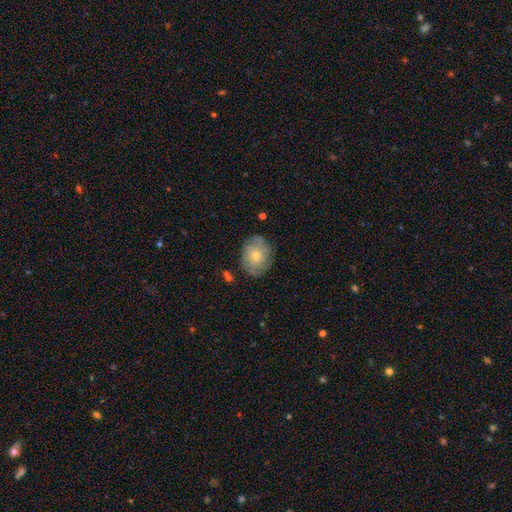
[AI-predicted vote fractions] smooth_or_featured: smooth (p=0.54) [alt: featured or disk p=0.38]
how_rounded: round (p=0.54) [alt: in between p=0.45]
merging: none (p=0.76) [alt: minor disturbance p=0.17]